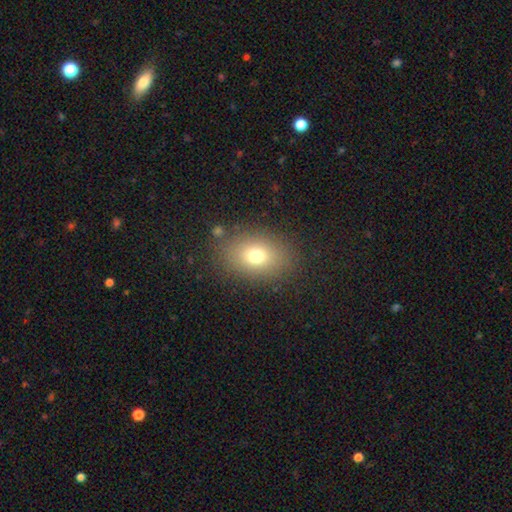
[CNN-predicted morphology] A smooth galaxy with no disk features (74%) that is in between round and cigar-shaped (71%). Merging: none (84%).